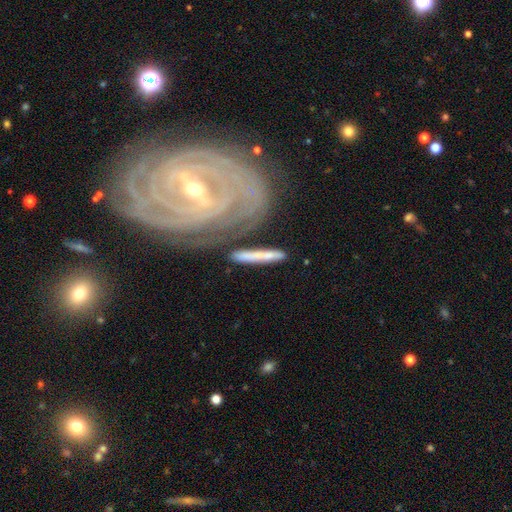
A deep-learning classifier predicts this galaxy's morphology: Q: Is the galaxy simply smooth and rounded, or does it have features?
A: featured or disk — 50%.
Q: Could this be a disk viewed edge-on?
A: no — 53%.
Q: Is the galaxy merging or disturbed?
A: none — 68%.